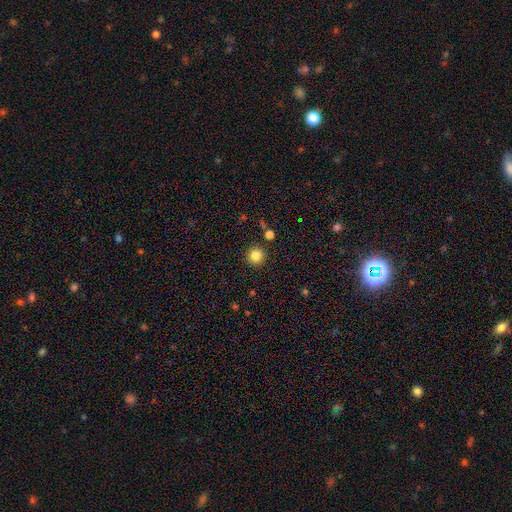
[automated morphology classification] A smooth galaxy with no disk features (84%) that is round (95%).

Vote fractions:
- Smooth or featured? smooth: 84% / star or artifact: 11% / featured or disk: 5%
- How rounded? round: 95% / in between: 4% / cigar-shaped: 1%
- Merging? none: 90% / minor disturbance: 5% / merger: 3% / major disturbance: 2%